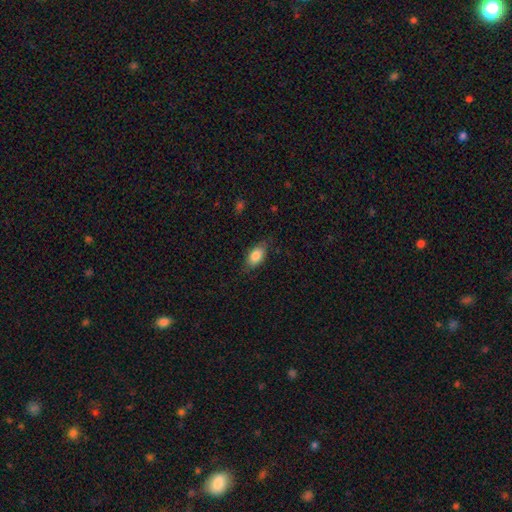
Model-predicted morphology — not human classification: The model was most divided on "merging": none: 77%, minor disturbance: 18%, major disturbance: 4%, merger: 1%. More confident: how rounded — in between (89%); smooth or featured — smooth (83%).